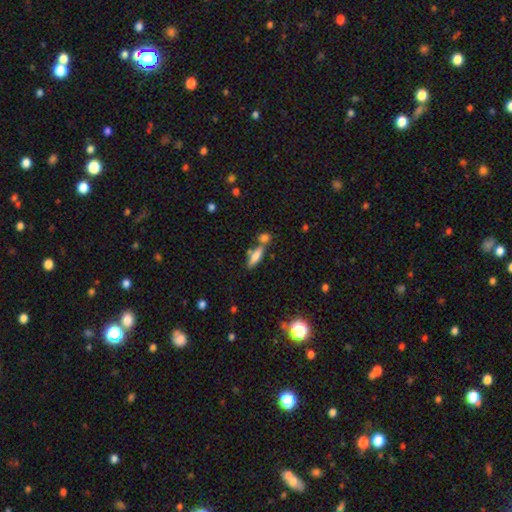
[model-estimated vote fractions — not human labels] smooth 73%, featured or disk 18%, star or artifact 9%. Down the decision tree: how rounded — cigar-shaped (51%); merging — none (53%).